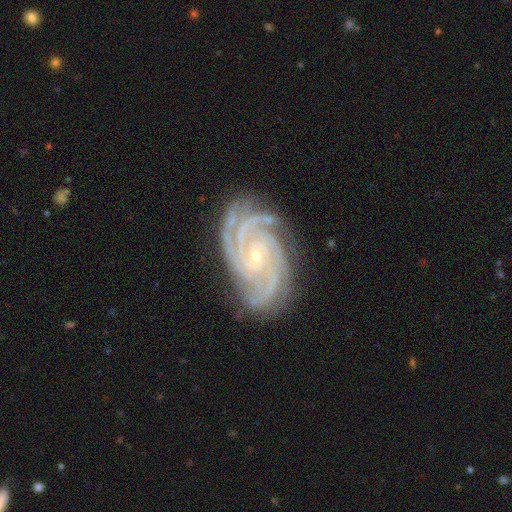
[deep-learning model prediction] Smooth or featured: featured or disk — 93% (star or artifact — 5%)
Edge-on disk: no — 98% (yes — 2%)
Bar: no — 63% (weak — 25%)
Spiral arms: yes — 99% (no — 1%)
Spiral winding: tight — 73% (medium — 24%)
Spiral arm count: 3 — 32% (4 — 30%)
Bulge size: small — 84% (moderate — 12%)
Merging: none — 79% (minor disturbance — 15%)